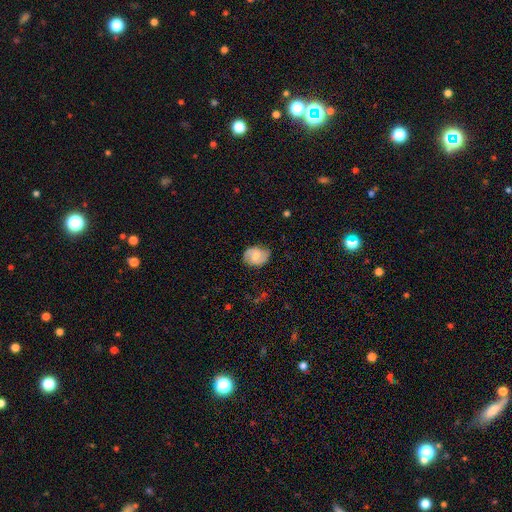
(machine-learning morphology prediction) Smooth or featured?
  - featured or disk: 62% *
  - smooth: 30%
  - star or artifact: 7%
Edge-on disk?
  - no: 97% *
  - yes: 3%
Bar?
  - weak: 47% *
  - no: 42%
  - strong: 11%
Spiral arms?
  - yes: 92% *
  - no: 8%
Spiral winding?
  - medium: 49% *
  - tight: 31%
  - loose: 21%
Spiral arm count?
  - 2: 88% *
  - can't tell: 7%
  - 1: 2%
  - 3: 2%
  - 4: 1%
  - more than 4: 1%
Bulge size?
  - moderate: 42% *
  - small: 34%
  - none: 15%
  - large: 7%
  - dominant: 2%
Merging?
  - none: 77% *
  - minor disturbance: 18%
  - major disturbance: 5%
  - merger: 1%